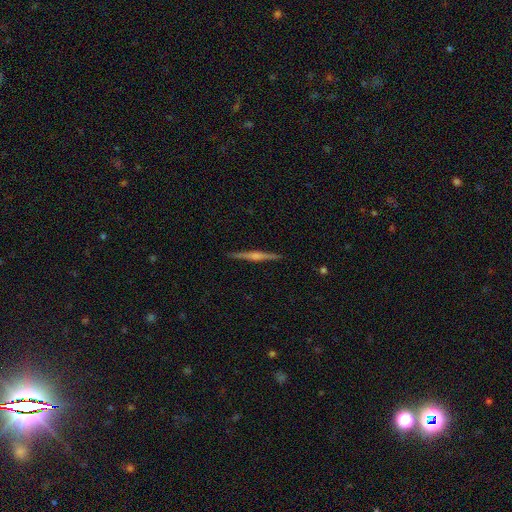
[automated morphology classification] The model was most divided on "smooth or featured": featured or disk: 73%, smooth: 19%, star or artifact: 9%. More confident: edge-on disk — yes (97%); merging — none (91%); edge-on bulge — rounded (75%).